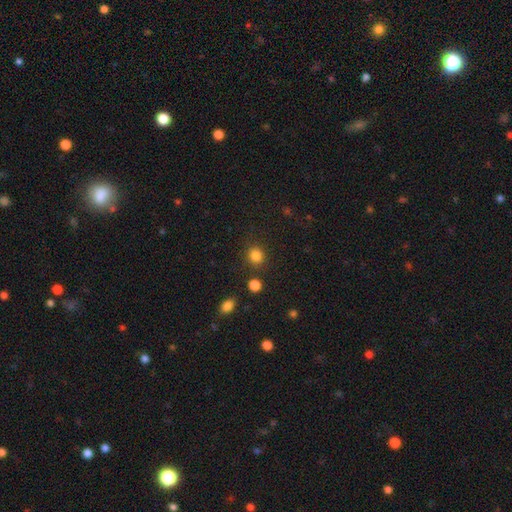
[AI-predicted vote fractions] This is clearly a smooth galaxy (84%). How rounded: clearly round (84%). Merging: clearly none (85%).